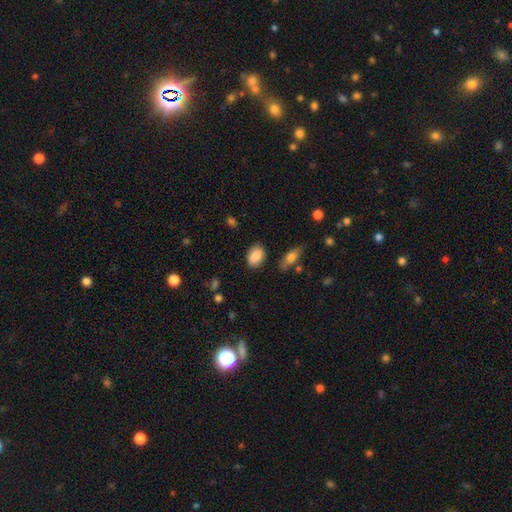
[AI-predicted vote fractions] The model was most divided on "how rounded": in between: 85%, round: 13%, cigar-shaped: 2%. More confident: smooth or featured — smooth (86%); merging — none (84%).